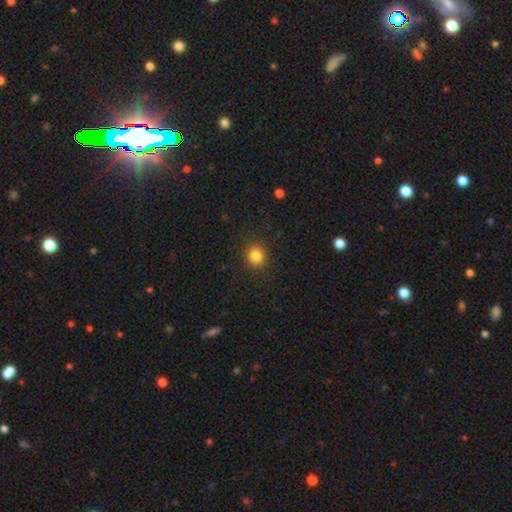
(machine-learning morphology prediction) A smooth galaxy with no disk features (83%) that is round (86%).

Vote fractions:
- Smooth or featured? smooth: 83% / star or artifact: 12% / featured or disk: 5%
- How rounded? round: 86% / in between: 13% / cigar-shaped: 1%
- Merging? none: 90% / minor disturbance: 6% / major disturbance: 2% / merger: 1%